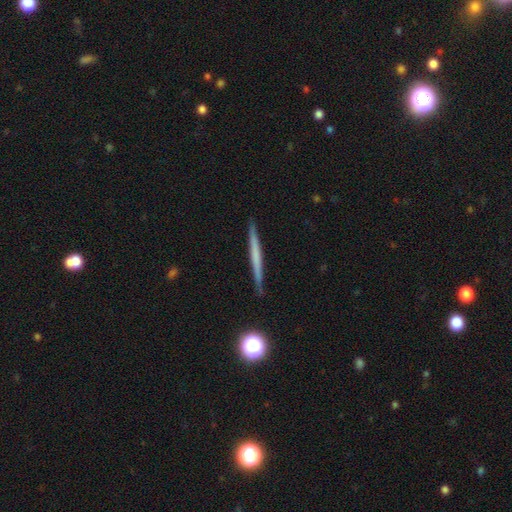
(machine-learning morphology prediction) Overall: featured or disk (48%; smooth 45%). Merging: none (90%).